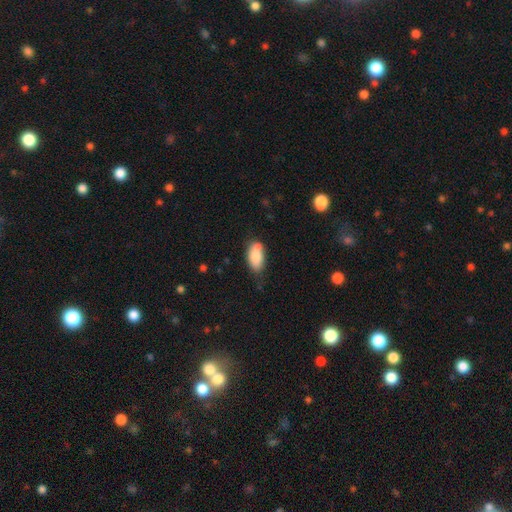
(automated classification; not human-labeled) smooth 82%, featured or disk 11%, star or artifact 7%. Down the decision tree: how rounded — in between (91%); merging — none (55%).